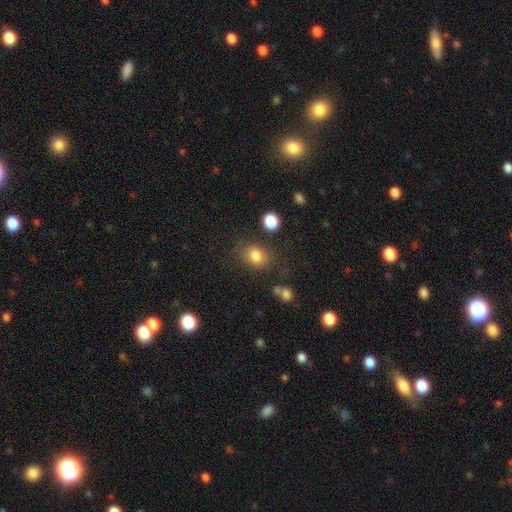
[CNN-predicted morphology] A smooth galaxy with no disk features (82%) that is round (53%). Merging: none (74%).